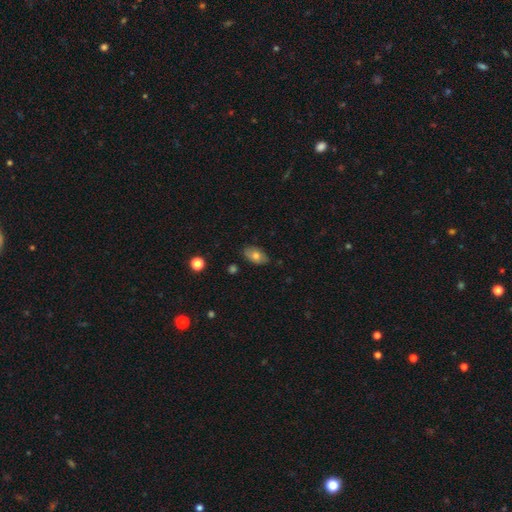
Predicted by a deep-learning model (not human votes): A smooth galaxy with no disk features (73%) that is in between round and cigar-shaped (91%).

Vote fractions:
- Smooth or featured? smooth: 73% / featured or disk: 19% / star or artifact: 8%
- How rounded? in between: 91% / round: 7% / cigar-shaped: 2%
- Merging? none: 80% / minor disturbance: 16% / major disturbance: 2% / merger: 1%